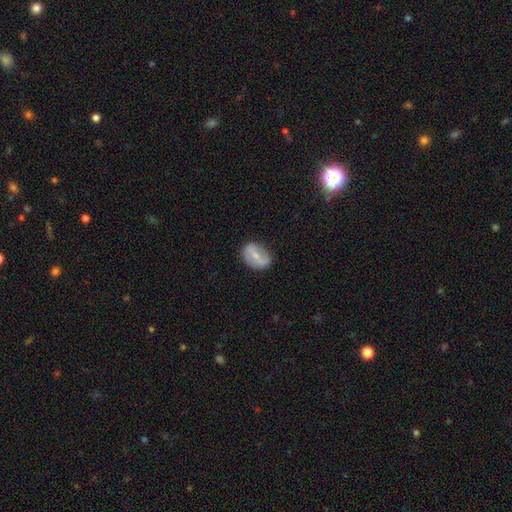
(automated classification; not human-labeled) The model was most divided on "smooth or featured": featured or disk: 53%, smooth: 40%, star or artifact: 7%. More confident: edge-on disk — no (92%); merging — none (77%).